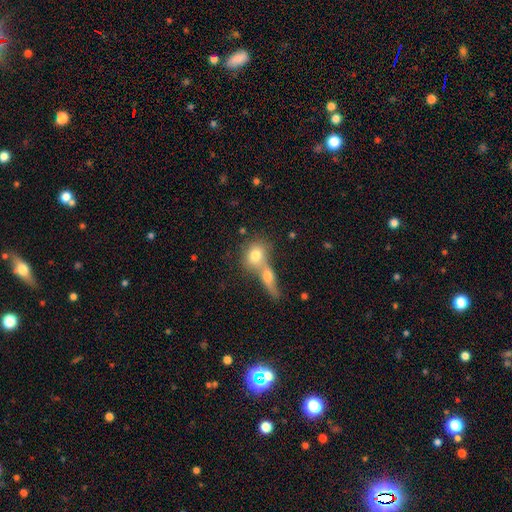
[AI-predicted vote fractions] smooth_or_featured: smooth (p=0.75) [alt: featured or disk p=0.17]
how_rounded: round (p=0.57) [alt: in between p=0.39]
merging: merger (p=0.58) [alt: none p=0.31]